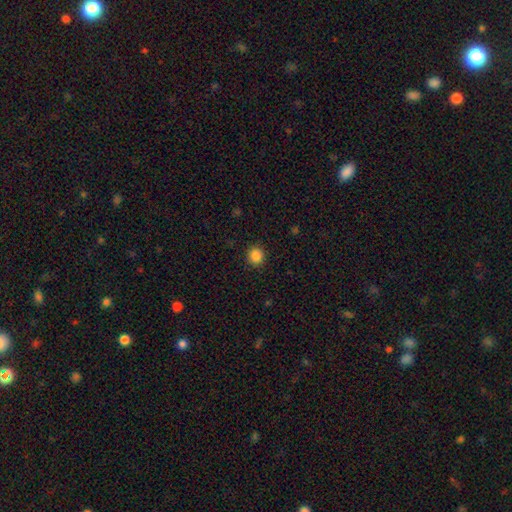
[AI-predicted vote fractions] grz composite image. It shows a smooth galaxy with no disk features (86%) that is round (88%). Merging: none (91%).